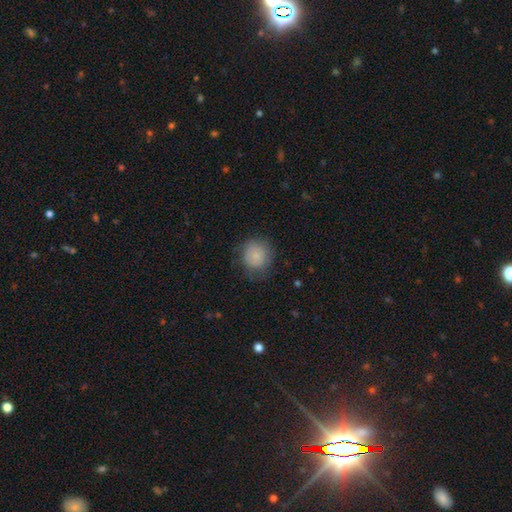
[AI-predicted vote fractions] Smooth or featured? smooth (82%)
How rounded? round (86%)
Merging? none (70%)